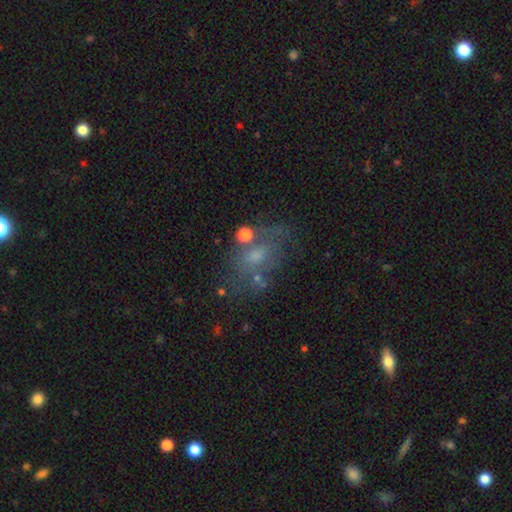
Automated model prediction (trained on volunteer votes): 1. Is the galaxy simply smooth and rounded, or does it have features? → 42% smooth, 40% featured or disk, 18% star or artifact.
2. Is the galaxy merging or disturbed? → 52% none, 21% minor disturbance, 18% major disturbance, 9% merger.